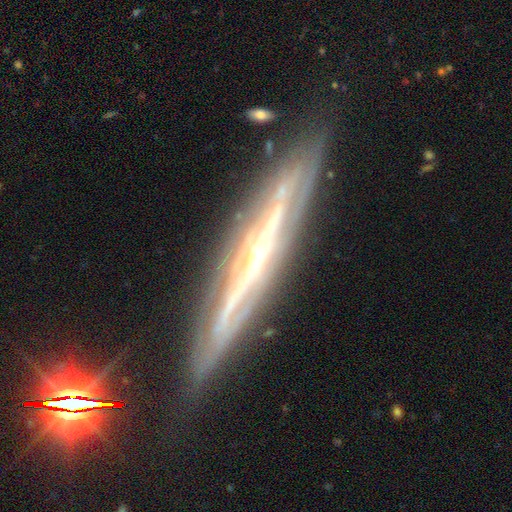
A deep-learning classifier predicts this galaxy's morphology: This appears to be a featured or disk galaxy (85%) viewed edge-on (91%) with a rounded central bulge (66%). Merging: none (83%).